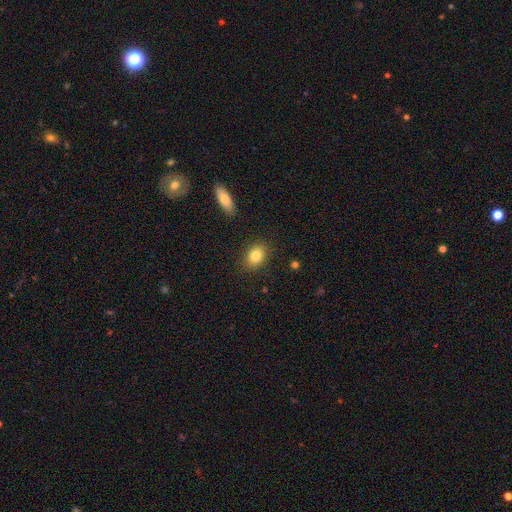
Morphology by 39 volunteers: A smooth galaxy with no disk features (87%) that is in between round and cigar-shaped (71%).

Vote fractions:
- Smooth or featured? smooth: 87% / star or artifact: 8% / featured or disk: 5%
- How rounded? in between: 71% / round: 29% / cigar-shaped: 0%
- Merging? none: 89% / minor disturbance: 8% / merger: 3% / major disturbance: 0%